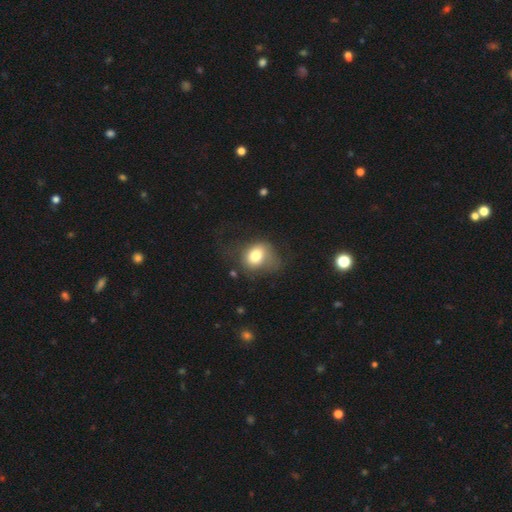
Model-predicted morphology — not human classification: Q: Smooth or featured?
A: smooth (75%); runner-up: featured or disk (15%)
Q: How rounded?
A: round (52%); runner-up: in between (47%)
Q: Merging?
A: none (39%); runner-up: major disturbance (30%)